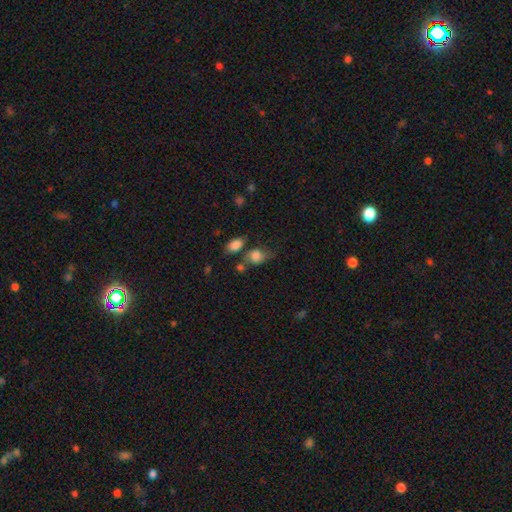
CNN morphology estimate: A smooth galaxy with no disk features (79%) that is in between round and cigar-shaped (60%).

Vote fractions:
- Smooth or featured? smooth: 79% / featured or disk: 12% / star or artifact: 10%
- How rounded? in between: 60% / round: 38% / cigar-shaped: 2%
- Merging? none: 40% / minor disturbance: 25% / merger: 20% / major disturbance: 14%